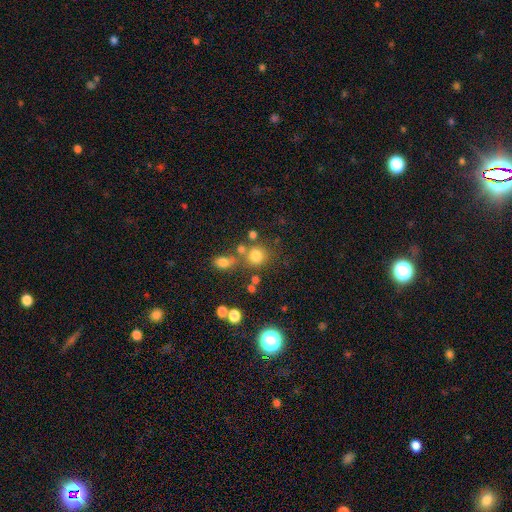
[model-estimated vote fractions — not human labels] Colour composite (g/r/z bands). It shows a smooth galaxy with no disk features (75%) that is round (82%). Merging: none (61%).